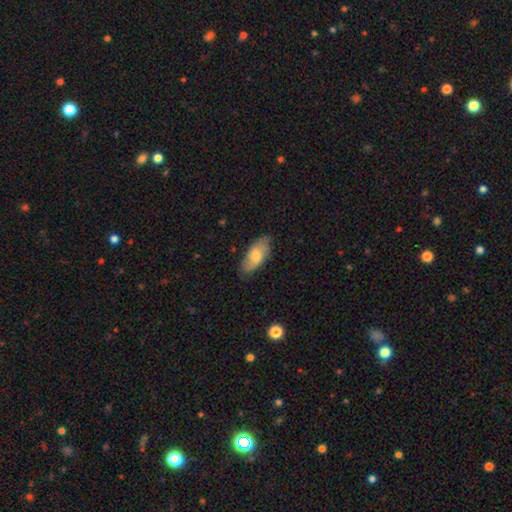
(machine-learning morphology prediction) smooth-or-featured: smooth: 67% | featured or disk: 27% | star or artifact: 6%
  how-rounded: in between: 89% | cigar-shaped: 9% | round: 3%
  merging: none: 79% | minor disturbance: 17% | major disturbance: 3% | merger: 1%